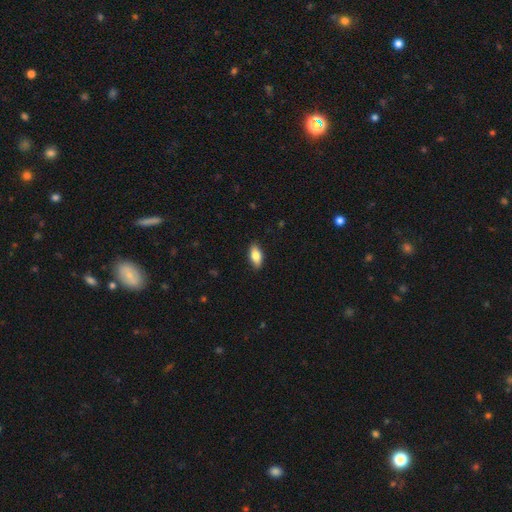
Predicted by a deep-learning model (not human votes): smooth_or_featured: smooth (p=0.81) [alt: featured or disk p=0.12]
how_rounded: in between (p=0.88) [alt: cigar-shaped p=0.09]
merging: none (p=0.88) [alt: minor disturbance p=0.09]